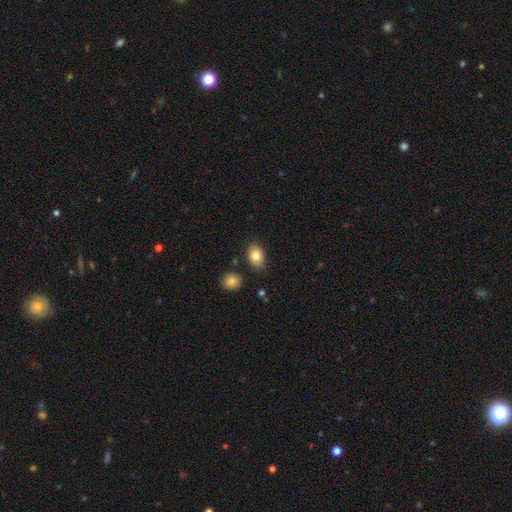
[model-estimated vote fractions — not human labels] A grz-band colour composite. It shows a smooth galaxy with no disk features (82%) that is in between round and cigar-shaped (80%). Merging: none (81%).